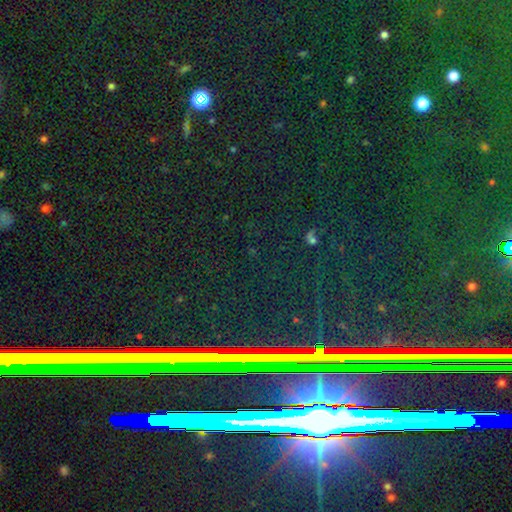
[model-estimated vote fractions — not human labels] Q: Smooth or featured?
A: star or artifact (85%); runner-up: smooth (8%)